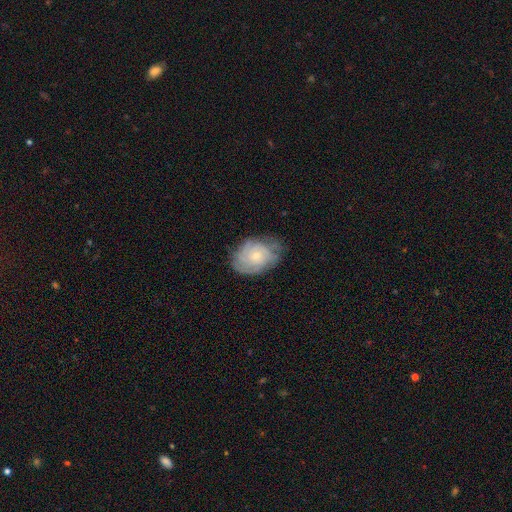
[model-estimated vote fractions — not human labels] Overall: featured or disk (57%; smooth 36%). Edge-on disk: no (96%). Bar: no (85%). Spiral arms: yes (77%). Bulge size: small (65%; moderate 29%). Merging: none (63%; minor disturbance 26%).